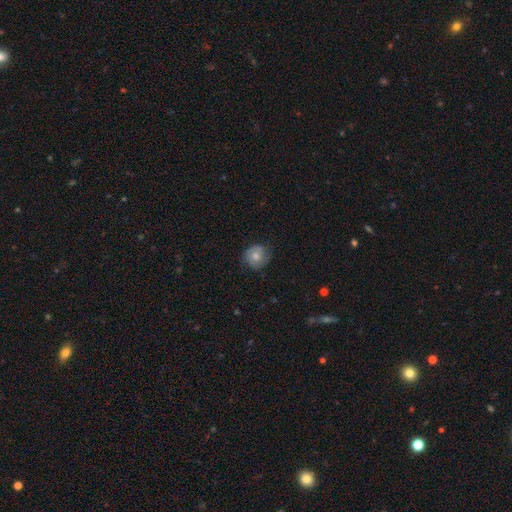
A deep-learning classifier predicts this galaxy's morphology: Overall: smooth (61%; featured or disk 31%). How rounded: round (83%). Merging: none (72%).